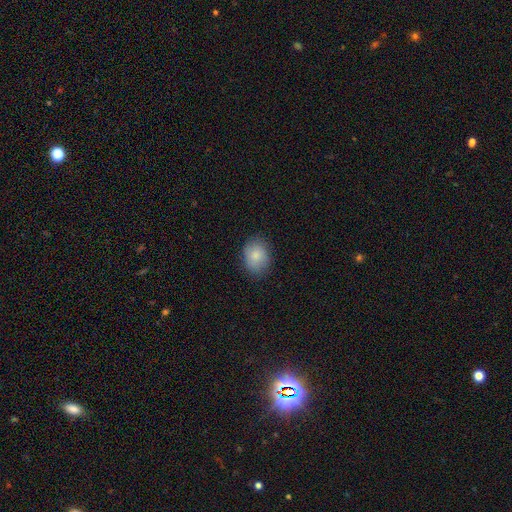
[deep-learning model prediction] A smooth galaxy with no disk features (85%) that is in between round and cigar-shaped (61%).

Vote fractions:
- Smooth or featured? smooth: 85% / featured or disk: 7% / star or artifact: 7%
- How rounded? in between: 61% / round: 38% / cigar-shaped: 1%
- Merging? none: 81% / minor disturbance: 15% / major disturbance: 3% / merger: 1%